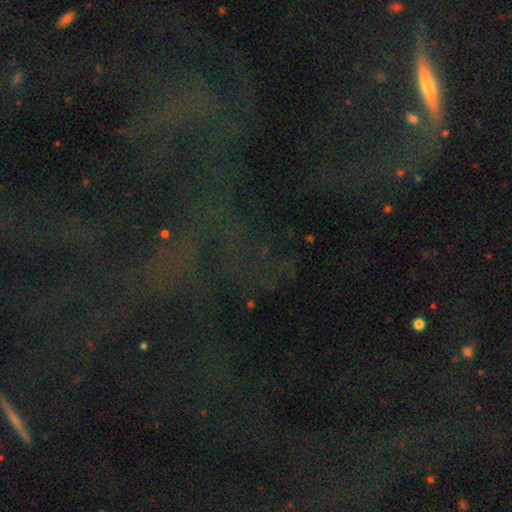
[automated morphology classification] smooth-or-featured: star or artifact: 71% | featured or disk: 16% | smooth: 14%